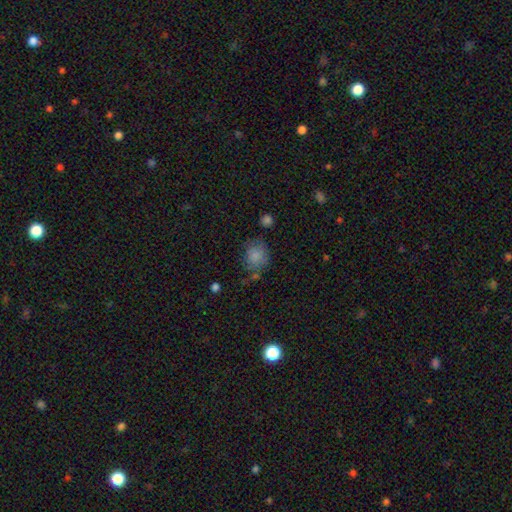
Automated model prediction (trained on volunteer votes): Q: Smooth or featured?
A: smooth (82%); runner-up: star or artifact (9%)
Q: How rounded?
A: round (72%); runner-up: in between (26%)
Q: Merging?
A: none (58%); runner-up: minor disturbance (24%)